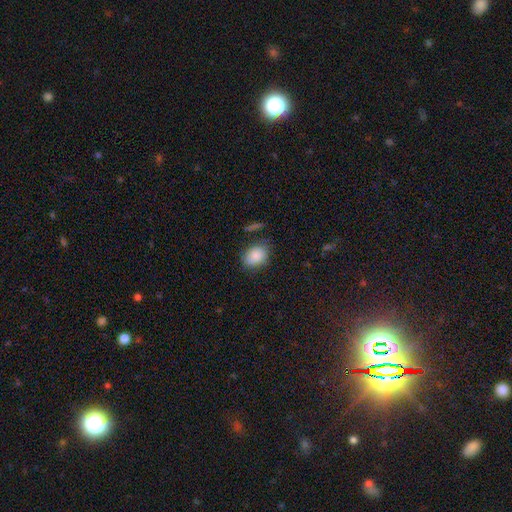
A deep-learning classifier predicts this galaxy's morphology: The model was most divided on "how rounded": in between: 71%, round: 28%, cigar-shaped: 1%. More confident: smooth or featured — smooth (86%); merging — none (72%).